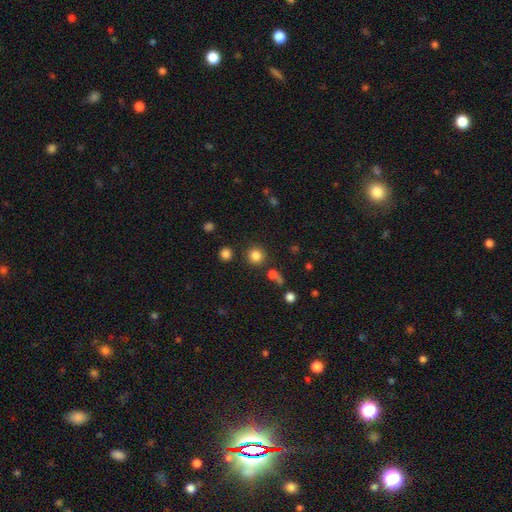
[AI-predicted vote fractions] Overall: smooth (82%). How rounded: round (92%). Merging: none (84%).